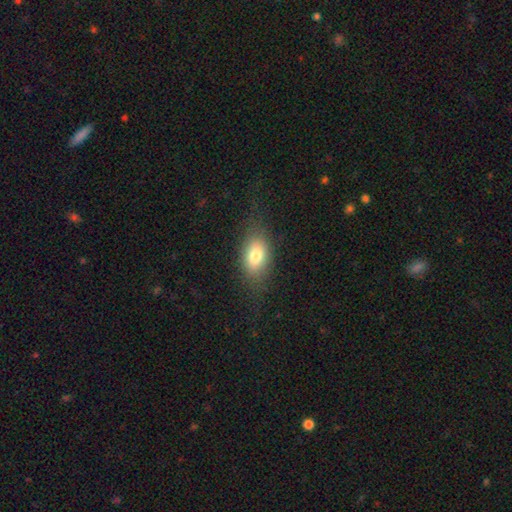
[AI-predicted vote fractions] smooth-or-featured: smooth: 78% | featured or disk: 13% | star or artifact: 9%
  how-rounded: in between: 85% | round: 12% | cigar-shaped: 3%
  merging: none: 74% | minor disturbance: 16% | major disturbance: 8% | merger: 1%